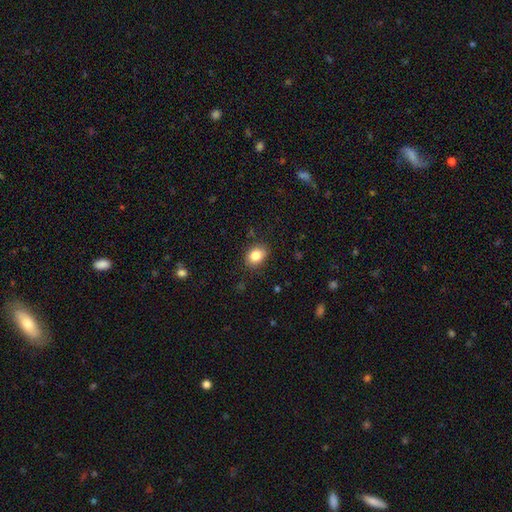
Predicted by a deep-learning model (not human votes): The model was most divided on "how rounded": in between: 60%, round: 39%, cigar-shaped: 1%. More confident: smooth or featured — smooth (84%); merging — none (84%).